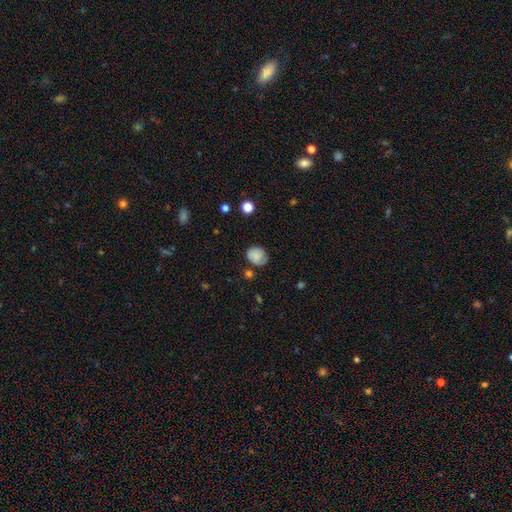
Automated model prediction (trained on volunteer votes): Overall: smooth (72%). How rounded: round (68%; in between 31%). Merging: none (62%; minor disturbance 25%).